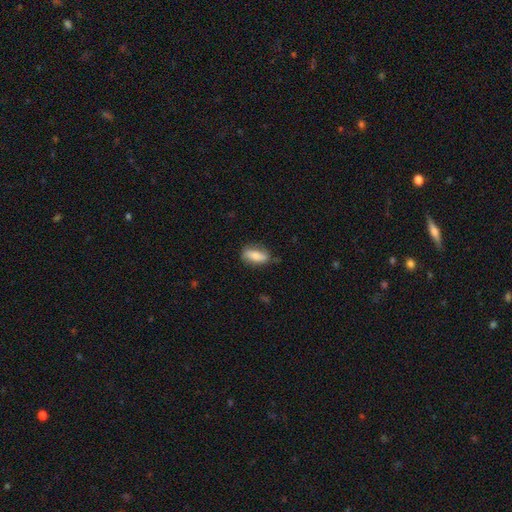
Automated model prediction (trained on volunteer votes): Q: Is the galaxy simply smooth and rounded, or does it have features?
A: smooth — 74%.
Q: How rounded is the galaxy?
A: in between — 80%.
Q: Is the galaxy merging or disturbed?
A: none — 73%.